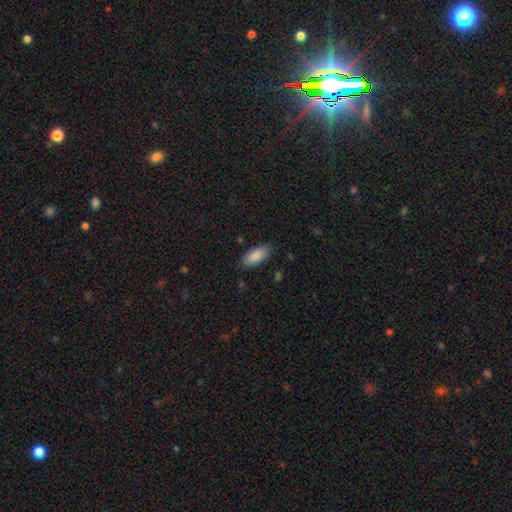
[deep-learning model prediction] Smooth or featured? Predicted: smooth (p=0.87). How rounded? Predicted: in between (p=0.87). Merging? Predicted: none (p=0.85).